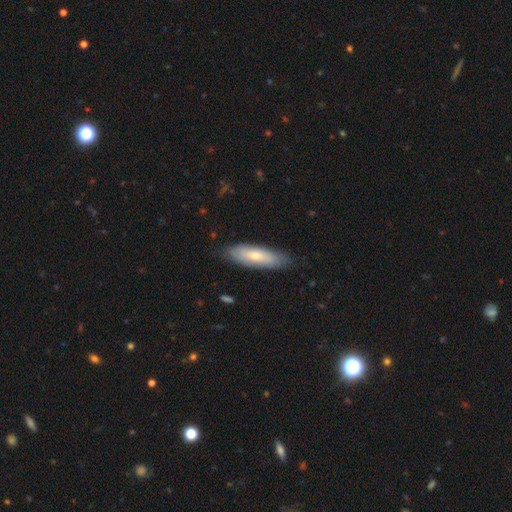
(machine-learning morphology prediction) The model was most divided on "how rounded": cigar-shaped: 50%, in between: 48%, round: 2%. More confident: merging — none (80%); smooth or featured — smooth (66%).